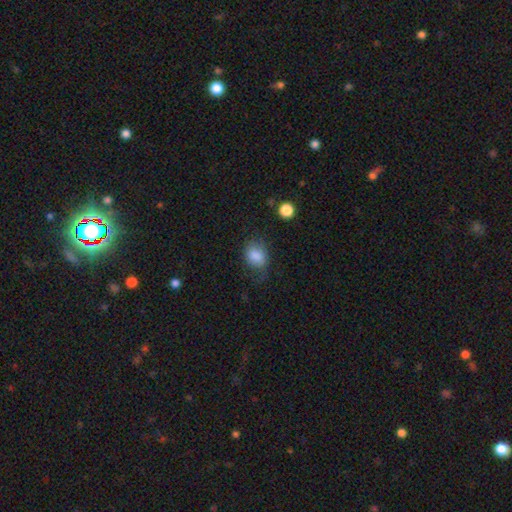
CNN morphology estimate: Smooth or featured? Predicted: smooth (p=0.83). How rounded? Predicted: in between (p=0.60). Merging? Predicted: none (p=0.58).